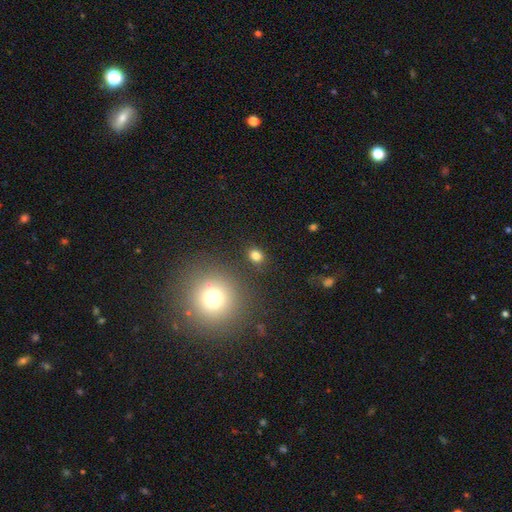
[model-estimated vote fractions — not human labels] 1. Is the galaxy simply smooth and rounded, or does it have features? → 80% smooth, 14% star or artifact, 5% featured or disk.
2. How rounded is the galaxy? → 50% in between, 49% round, 1% cigar-shaped.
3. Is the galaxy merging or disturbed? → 83% none, 9% minor disturbance, 5% merger, 3% major disturbance.